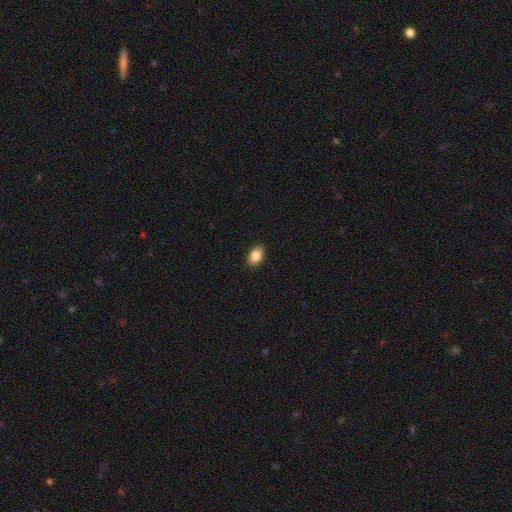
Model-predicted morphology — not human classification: smooth-or-featured: smooth: 87% | star or artifact: 8% | featured or disk: 5%
  how-rounded: in between: 87% | round: 12% | cigar-shaped: 1%
  merging: none: 89% | minor disturbance: 8% | major disturbance: 2% | merger: 1%